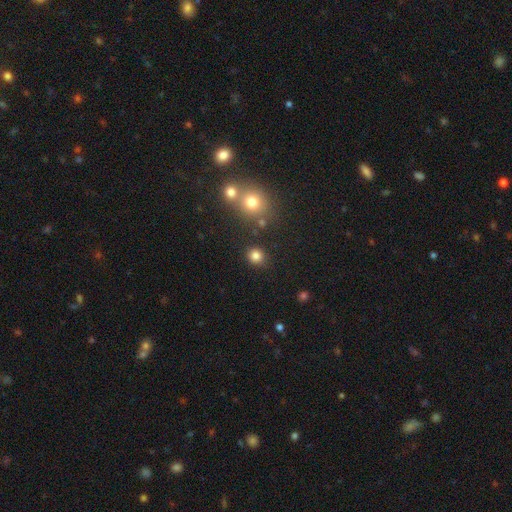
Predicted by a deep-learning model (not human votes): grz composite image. It shows a smooth galaxy with no disk features (81%) that is round (85%). Merging: none (84%).